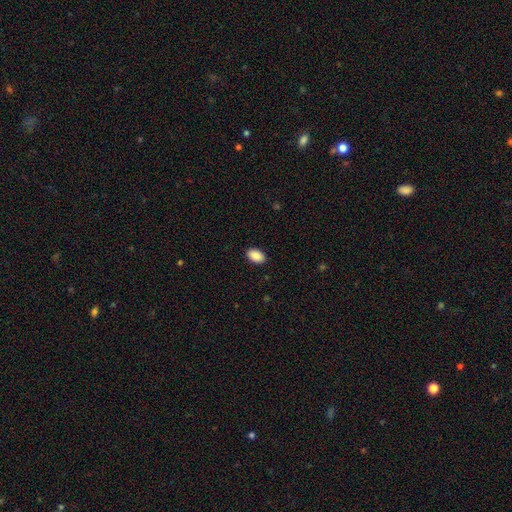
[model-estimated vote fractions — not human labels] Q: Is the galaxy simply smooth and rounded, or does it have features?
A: smooth — 90%.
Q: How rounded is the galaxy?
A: in between — 93%.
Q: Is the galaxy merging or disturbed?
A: none — 90%.